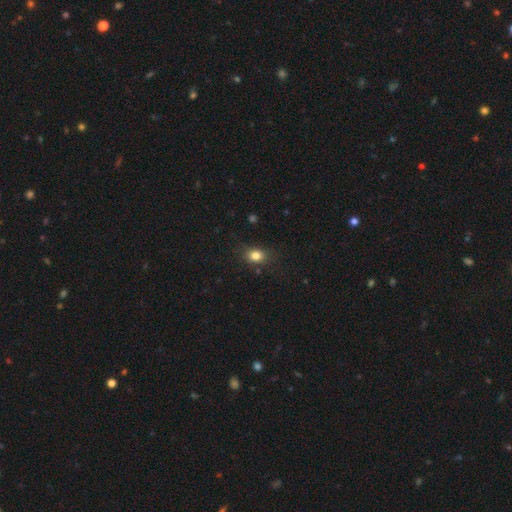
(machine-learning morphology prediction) A smooth galaxy with no disk features (82%) that is in between round and cigar-shaped (55%). Merging: none (79%).